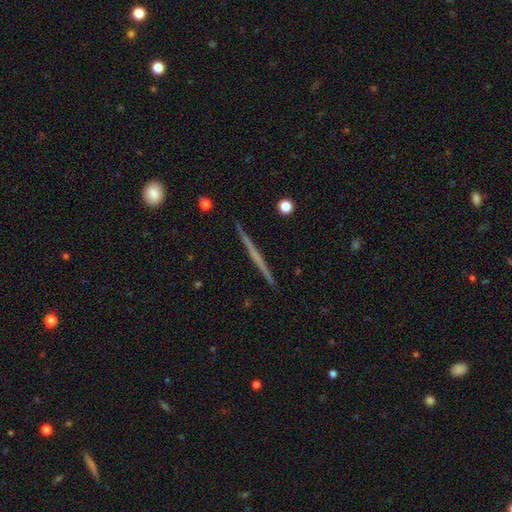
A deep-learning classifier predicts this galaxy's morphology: A featured or disk galaxy (64%) viewed edge-on (98%) with no central bulge (83%).

Vote fractions:
- Smooth or featured? featured or disk: 64% / smooth: 31% / star or artifact: 6%
- Edge-on disk? yes: 98% / no: 2%
- Edge-on bulge? none: 83% / rounded: 12% / boxy: 5%
- Merging? none: 93% / minor disturbance: 5% / major disturbance: 1% / merger: 1%